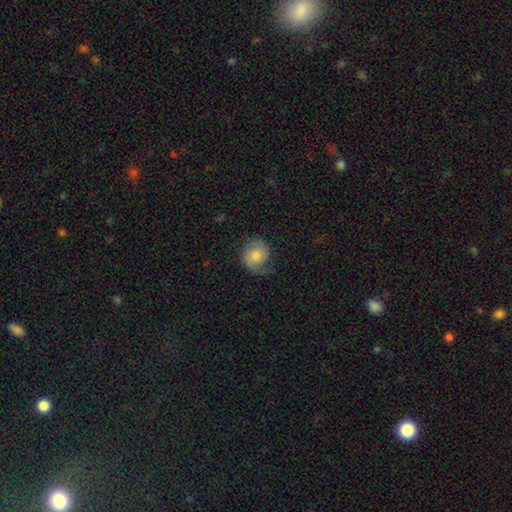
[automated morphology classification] This appears to be a smooth galaxy with no disk features (47%). Merging: none (61%).